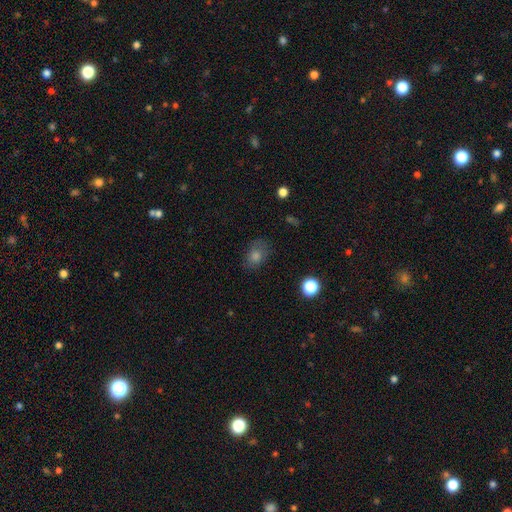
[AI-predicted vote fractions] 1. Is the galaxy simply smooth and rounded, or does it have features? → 70% smooth, 17% star or artifact, 13% featured or disk.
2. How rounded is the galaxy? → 63% in between, 35% round, 1% cigar-shaped.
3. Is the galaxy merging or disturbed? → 74% none, 18% minor disturbance, 6% major disturbance, 2% merger.